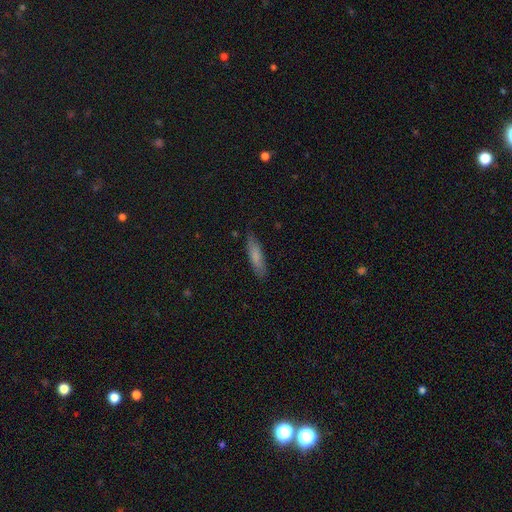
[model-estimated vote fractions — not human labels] smooth 77%, featured or disk 16%, star or artifact 6%. Down the decision tree: how rounded — cigar-shaped (74%); merging — none (84%).